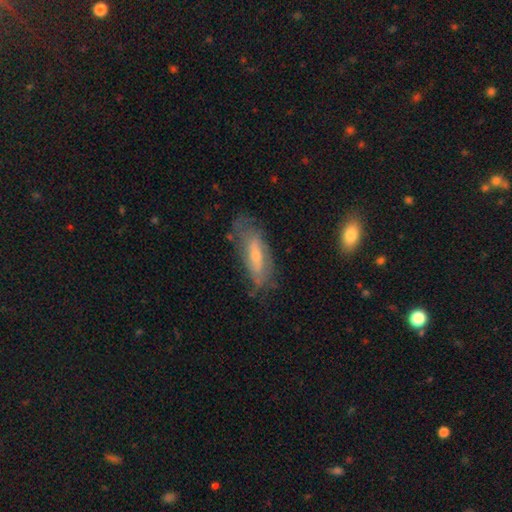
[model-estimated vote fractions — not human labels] A featured or disk galaxy (55%).

Vote fractions:
- Smooth or featured? featured or disk: 55% / smooth: 37% / star or artifact: 7%
- Edge-on disk? no: 73% / yes: 27%
- Merging? none: 61% / minor disturbance: 26% / major disturbance: 11% / merger: 2%